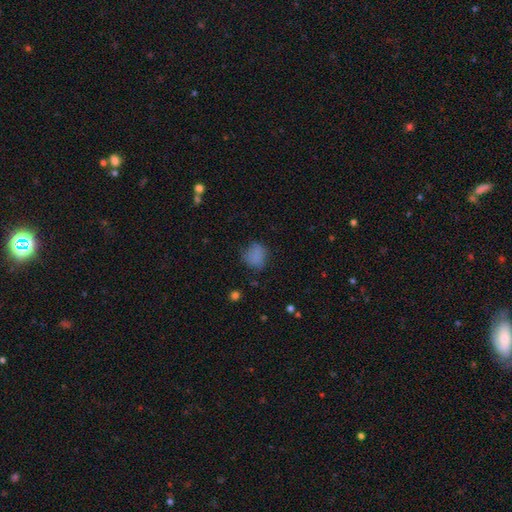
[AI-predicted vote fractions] Q: Smooth or featured?
A: smooth (79%); runner-up: star or artifact (12%)
Q: How rounded?
A: round (64%); runner-up: in between (35%)
Q: Merging?
A: none (63%); runner-up: minor disturbance (25%)